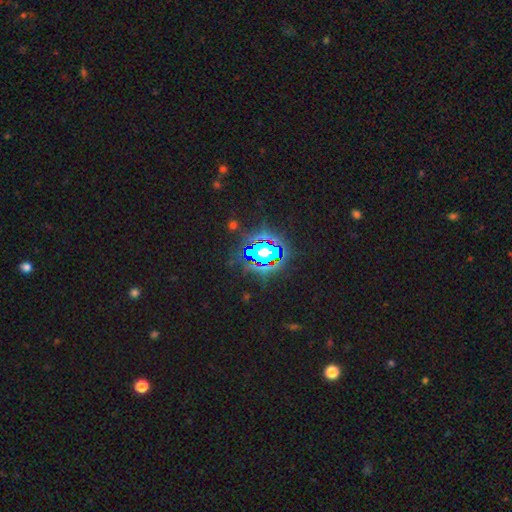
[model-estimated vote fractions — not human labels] The model was most divided on "smooth or featured": star or artifact: 79%, smooth: 13%, featured or disk: 8%.